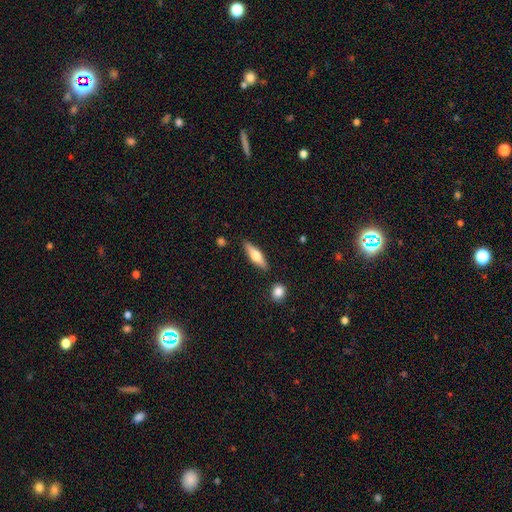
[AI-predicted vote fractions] Smooth or featured? Predicted: smooth (p=0.49). Merging? Predicted: none (p=0.85).